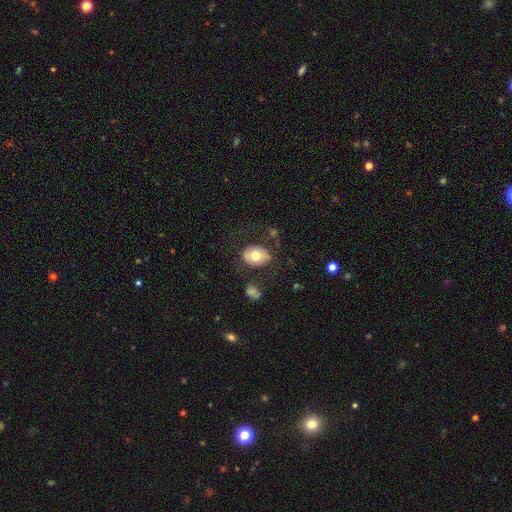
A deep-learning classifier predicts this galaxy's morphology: Overall: smooth (70%). How rounded: in between (69%; round 30%). Merging: none (73%).